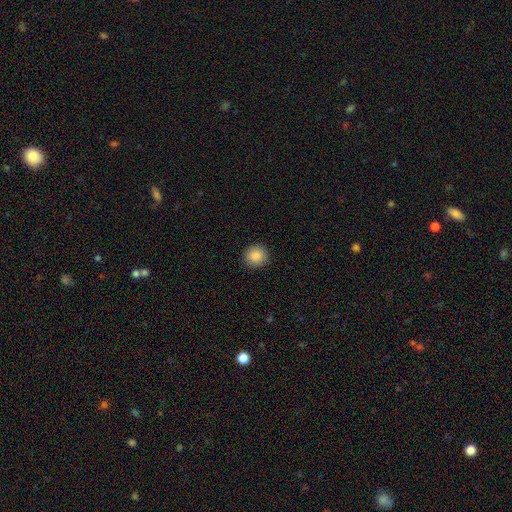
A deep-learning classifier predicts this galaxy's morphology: Smooth or featured?
  - smooth: 87% *
  - star or artifact: 9%
  - featured or disk: 4%
How rounded?
  - round: 91% *
  - in between: 9%
  - cigar-shaped: 1%
Merging?
  - none: 91% *
  - minor disturbance: 6%
  - major disturbance: 2%
  - merger: 1%